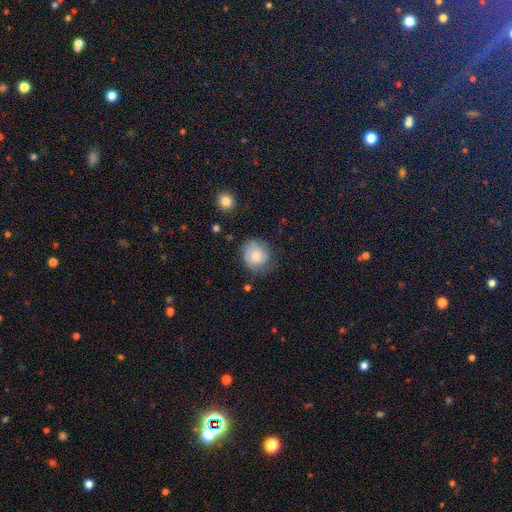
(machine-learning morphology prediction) This appears to be a smooth galaxy with no disk features (75%) that is round (81%). Merging: none (68%).